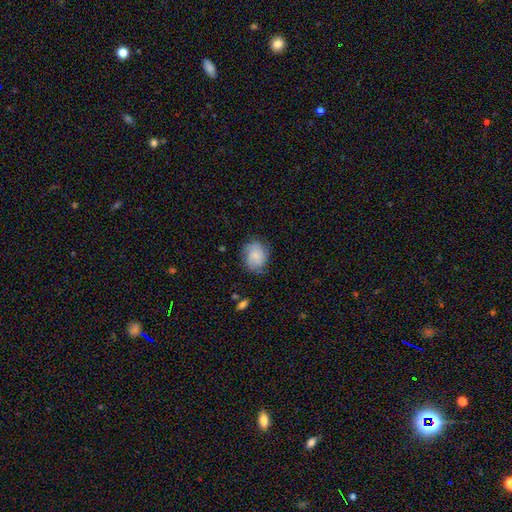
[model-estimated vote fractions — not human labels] Smooth or featured?
  - smooth: 54% *
  - featured or disk: 37%
  - star or artifact: 9%
How rounded?
  - round: 58% *
  - in between: 41%
  - cigar-shaped: 1%
Merging?
  - none: 69% *
  - minor disturbance: 22%
  - major disturbance: 7%
  - merger: 1%